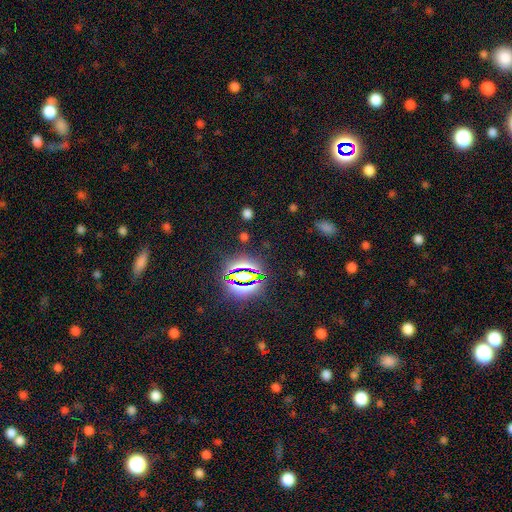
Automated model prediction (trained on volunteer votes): Morphology: type=star or artifact (81%).